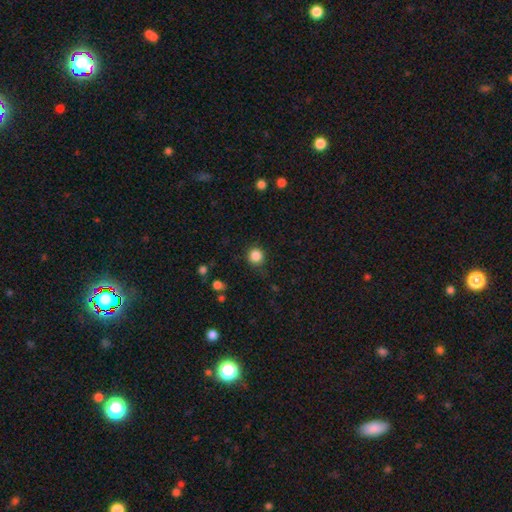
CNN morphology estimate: Smooth or featured? Predicted: smooth (p=0.86). How rounded? Predicted: round (p=0.93). Merging? Predicted: none (p=0.86).